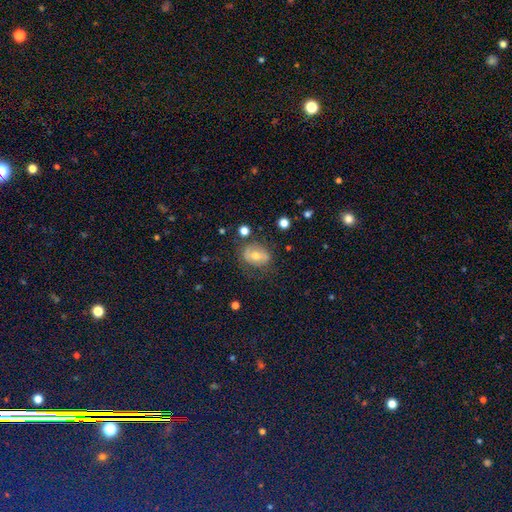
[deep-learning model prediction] Overall: smooth (47%; featured or disk 43%). Merging: none (65%).